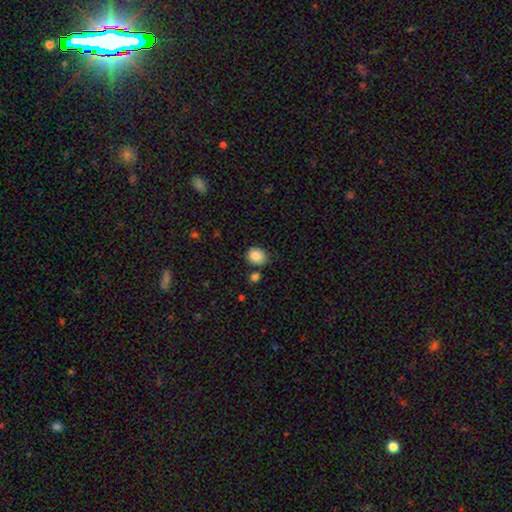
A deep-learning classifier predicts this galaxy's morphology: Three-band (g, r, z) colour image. It shows a smooth galaxy with no disk features (87%) that is round (57%). Merging: none (78%).